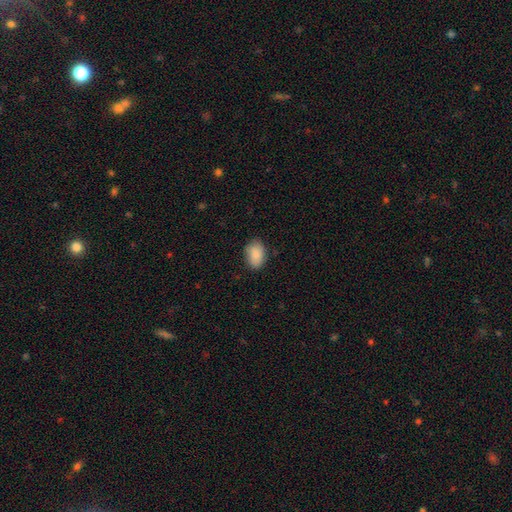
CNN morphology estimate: This is clearly a smooth galaxy (88%). How rounded: clearly in between (85%). Merging: clearly none (81%).